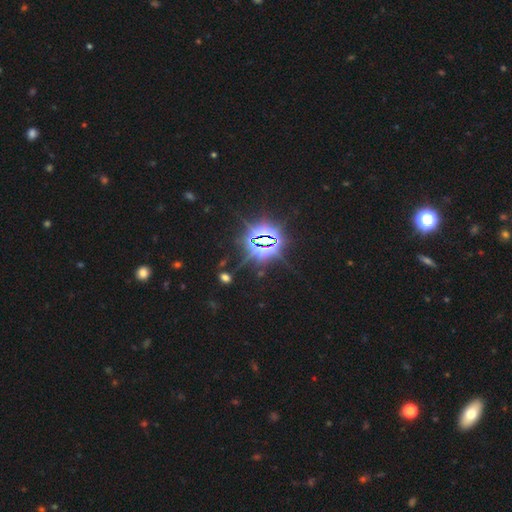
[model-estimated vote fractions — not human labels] Smooth or featured? Predicted: star or artifact (p=0.84).